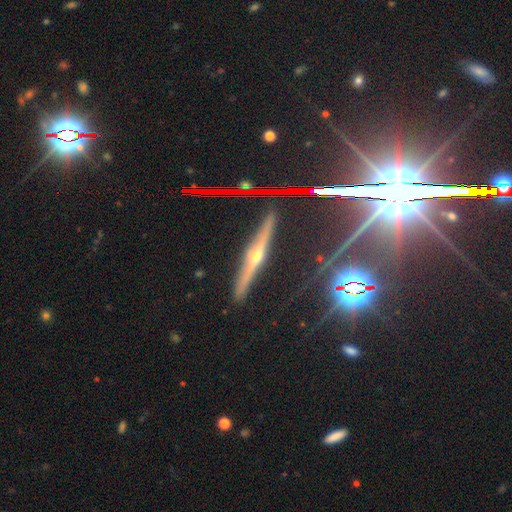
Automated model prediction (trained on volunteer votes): smooth_or_featured: featured or disk (p=0.75) [alt: star or artifact p=0.14]
disk_edge_on: yes (p=0.97) [alt: no p=0.03]
edge_on_bulge: rounded (p=0.92) [alt: none p=0.05]
merging: none (p=0.88) [alt: minor disturbance p=0.08]